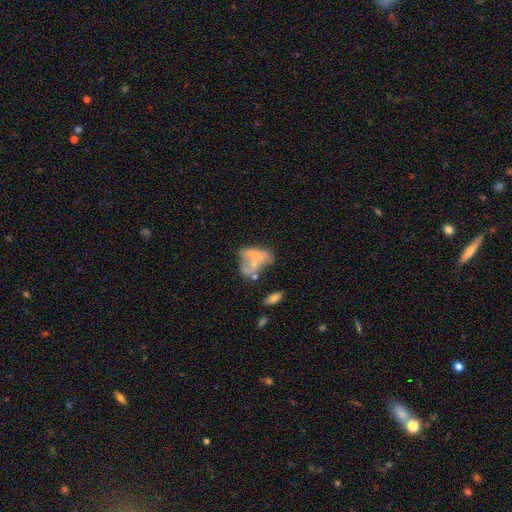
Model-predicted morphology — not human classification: Overall: featured or disk (48%; smooth 35%). Merging: merger (32%; none 28%).